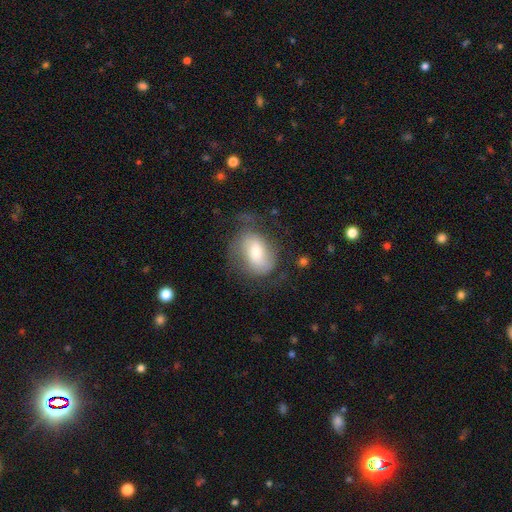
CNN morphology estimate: type=smooth (50%); roundness=in between (70%); merging=none (50%).